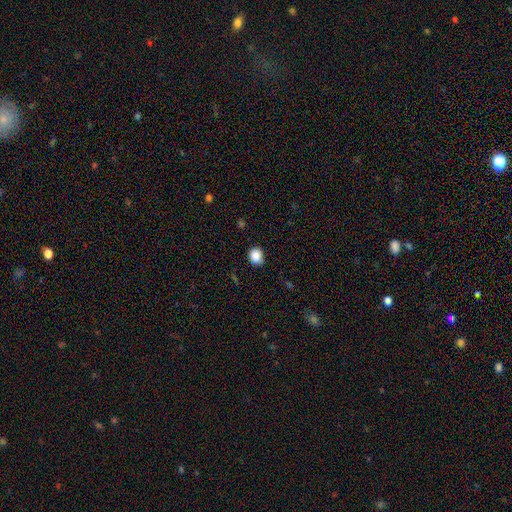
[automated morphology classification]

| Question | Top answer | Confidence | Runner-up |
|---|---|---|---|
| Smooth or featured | smooth | 88% | star or artifact (9%) |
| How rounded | round | 69% | in between (30%) |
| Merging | none | 85% | minor disturbance (12%) |